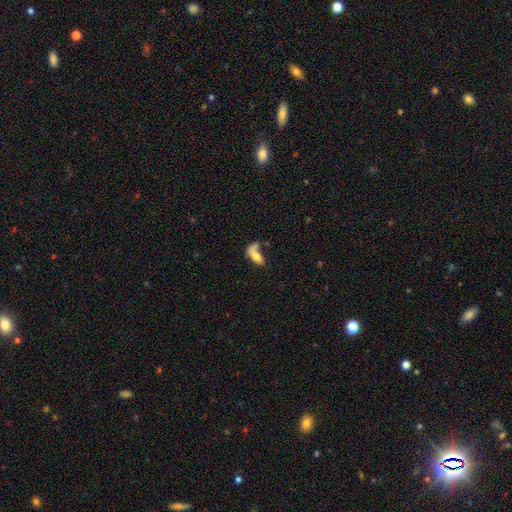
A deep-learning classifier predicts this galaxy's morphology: smooth_or_featured: smooth (p=0.68) [alt: featured or disk p=0.22]
how_rounded: in between (p=0.78) [alt: cigar-shaped p=0.15]
merging: merger (p=0.36) [alt: none p=0.28]